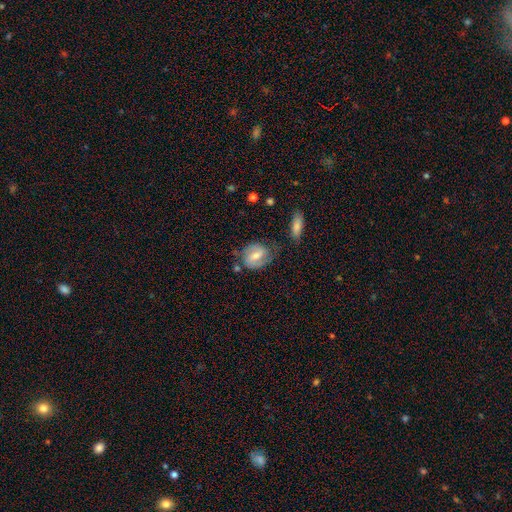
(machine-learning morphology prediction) A featured or disk galaxy (58%) with a weak bar (50%), spiral arms (85%) and a moderate central bulge (53%).

Vote fractions:
- Smooth or featured? featured or disk: 58% / smooth: 35% / star or artifact: 7%
- Edge-on disk? no: 95% / yes: 5%
- Bar? weak: 50% / no: 26% / strong: 24%
- Spiral arms? yes: 85% / no: 15%
- Bulge size? moderate: 53% / small: 38% / large: 5% / none: 4% / dominant: 1%
- Merging? none: 58% / minor disturbance: 23% / major disturbance: 10% / merger: 8%